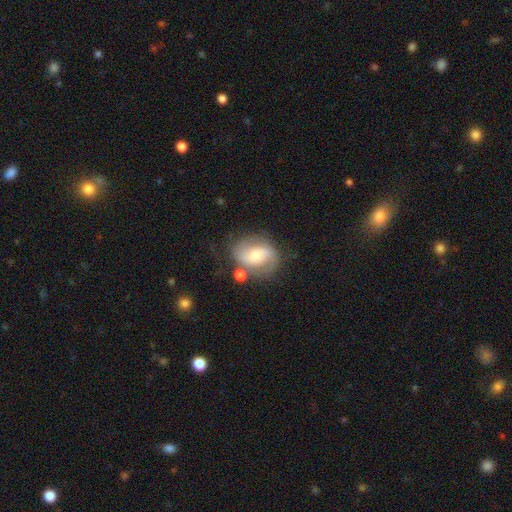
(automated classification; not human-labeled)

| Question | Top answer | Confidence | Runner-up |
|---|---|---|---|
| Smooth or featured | featured or disk | 67% | smooth (25%) |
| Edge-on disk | no | 97% | yes (3%) |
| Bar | no | 44% | weak (39%) |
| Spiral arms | yes | 87% | no (13%) |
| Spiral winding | medium | 44% | loose (35%) |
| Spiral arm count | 2 | 85% | can't tell (8%) |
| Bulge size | moderate | 59% | small (32%) |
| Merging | none | 64% | minor disturbance (19%) |